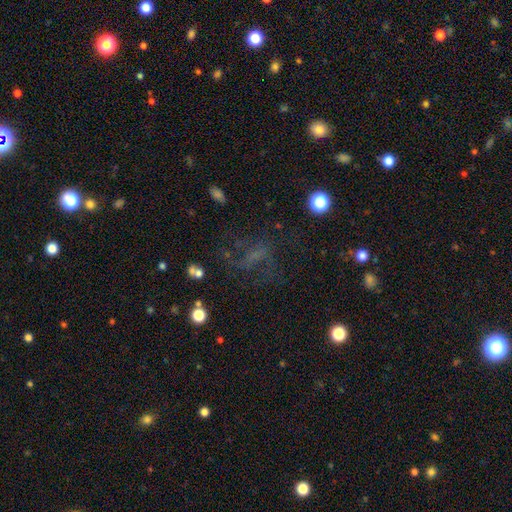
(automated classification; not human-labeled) A featured or disk galaxy (34%).

Vote fractions:
- Smooth or featured? featured or disk: 34% / smooth: 33% / star or artifact: 33%
- Merging? none: 53% / major disturbance: 27% / minor disturbance: 17% / merger: 3%